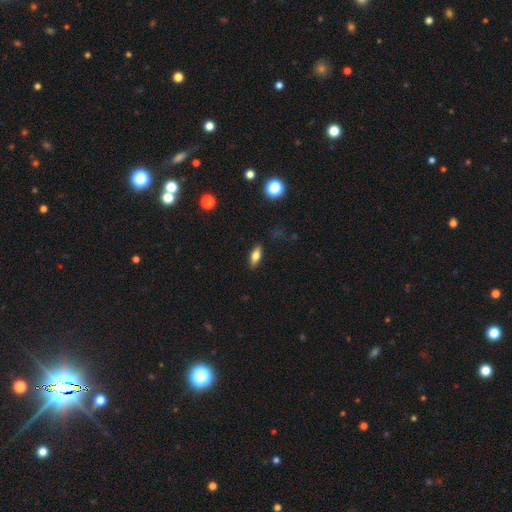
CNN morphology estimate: Overall: smooth (71%). How rounded: in between (75%). Merging: none (87%).